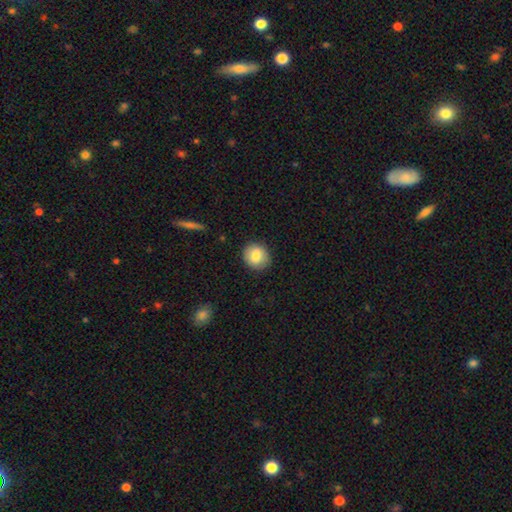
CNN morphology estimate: A smooth galaxy with no disk features (82%) that is round (83%). Merging: none (88%).